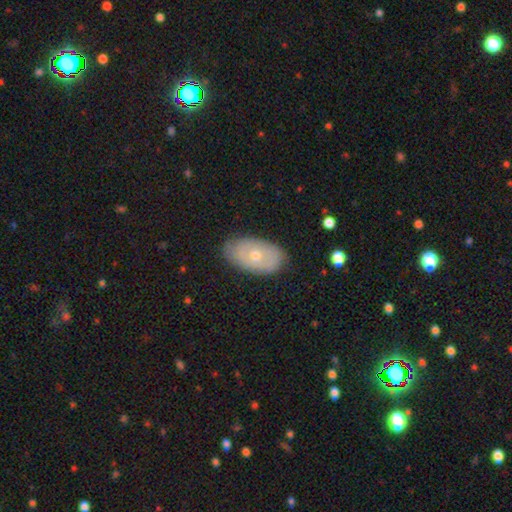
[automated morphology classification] Overall: smooth (51%; featured or disk 42%). How rounded: in between (92%). Merging: none (79%).